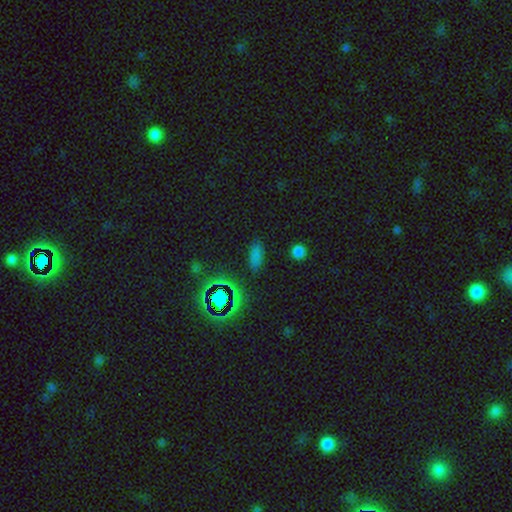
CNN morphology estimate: This is likely a smooth galaxy (69%). How rounded: likely in between (76%). Merging: clearly none (85%).